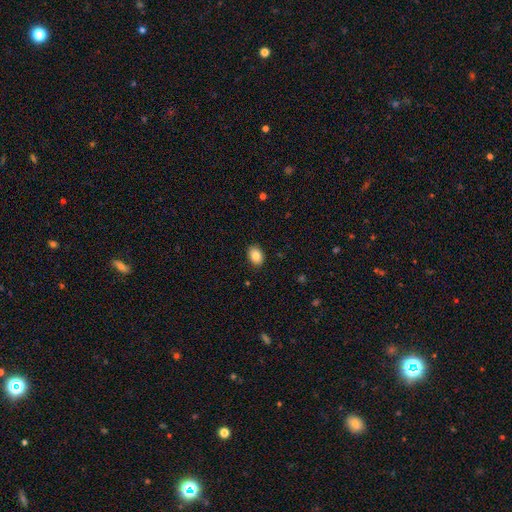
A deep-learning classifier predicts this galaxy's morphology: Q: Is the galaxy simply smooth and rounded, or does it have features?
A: smooth — 85%.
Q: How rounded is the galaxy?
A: in between — 76%.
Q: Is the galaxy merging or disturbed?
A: none — 88%.